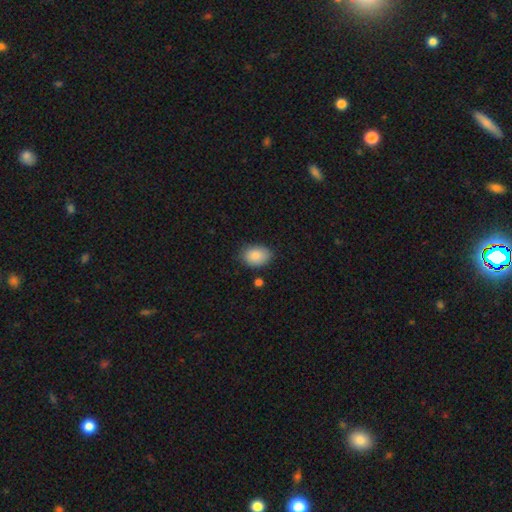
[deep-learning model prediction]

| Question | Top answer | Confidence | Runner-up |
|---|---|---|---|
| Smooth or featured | smooth | 88% | star or artifact (7%) |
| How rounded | in between | 76% | round (23%) |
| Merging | none | 78% | minor disturbance (16%) |